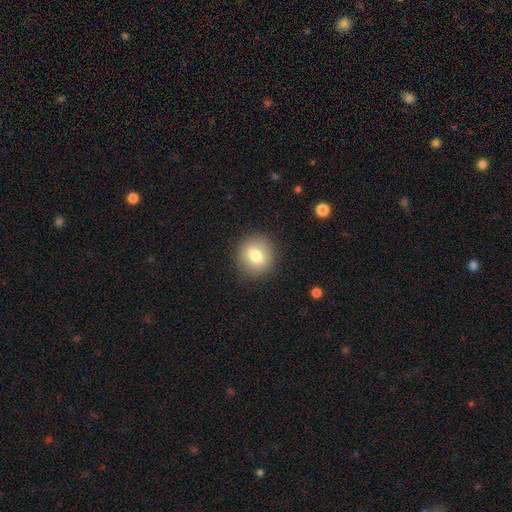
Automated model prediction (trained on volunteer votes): smooth 78%, featured or disk 13%, star or artifact 9%. Down the decision tree: how rounded — round (89%); merging — none (90%).